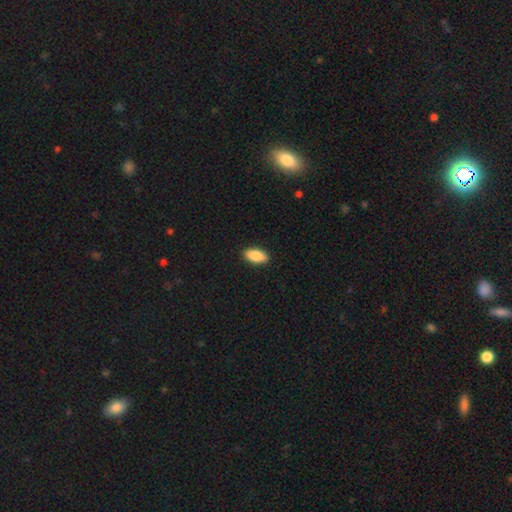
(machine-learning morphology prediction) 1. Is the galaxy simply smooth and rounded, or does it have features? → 88% smooth, 6% star or artifact, 6% featured or disk.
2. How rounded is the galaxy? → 89% in between, 8% cigar-shaped, 3% round.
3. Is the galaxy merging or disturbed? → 90% none, 7% minor disturbance, 2% major disturbance, 1% merger.